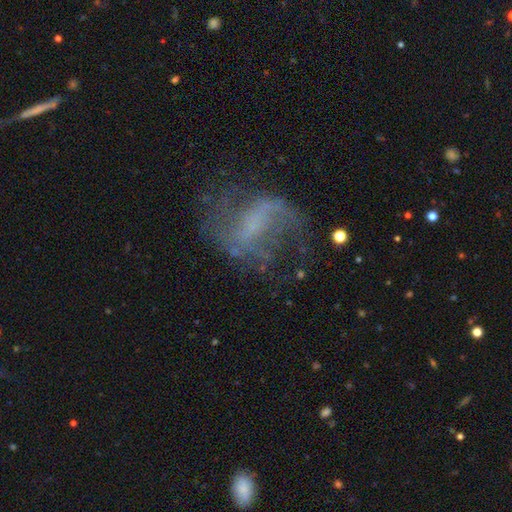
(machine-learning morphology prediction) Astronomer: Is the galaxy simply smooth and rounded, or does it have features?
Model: featured or disk — 76%.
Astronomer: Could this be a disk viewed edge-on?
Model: no — 97%.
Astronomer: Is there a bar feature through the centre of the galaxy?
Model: weak — 42% (runner-up: no, 35%).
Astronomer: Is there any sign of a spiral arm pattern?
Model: yes — 82%.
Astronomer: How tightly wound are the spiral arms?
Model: loose — 63%.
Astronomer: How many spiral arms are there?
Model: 2 — 72%.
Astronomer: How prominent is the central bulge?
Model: none — 55%.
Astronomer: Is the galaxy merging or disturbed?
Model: none — 53%.